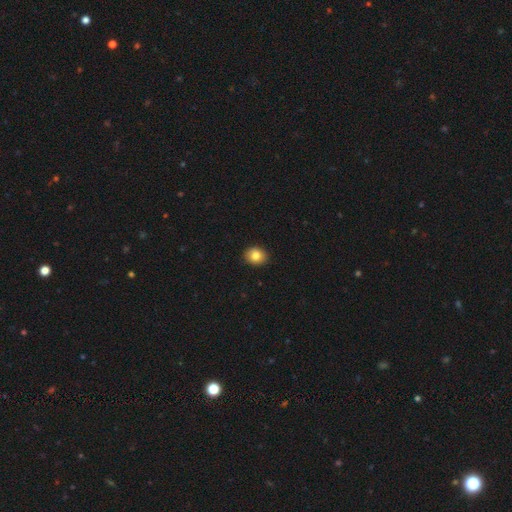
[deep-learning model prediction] A smooth galaxy with no disk features (82%) that is round (62%).

Vote fractions:
- Smooth or featured? smooth: 82% / star or artifact: 10% / featured or disk: 9%
- How rounded? round: 62% / in between: 37% / cigar-shaped: 1%
- Merging? none: 90% / minor disturbance: 7% / major disturbance: 2% / merger: 1%